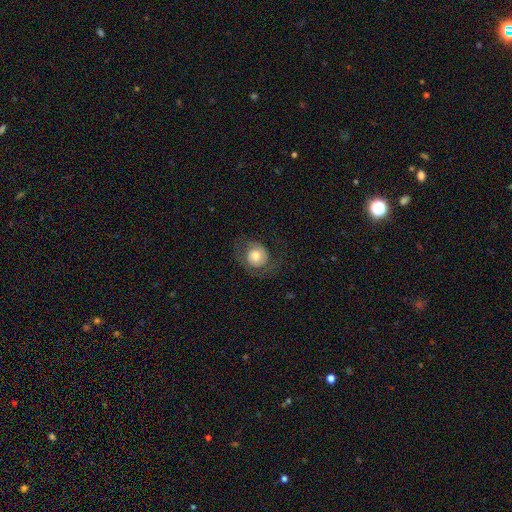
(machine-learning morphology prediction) This appears to be a smooth galaxy with no disk features (50%) that is round (77%). Merging: none (60%).